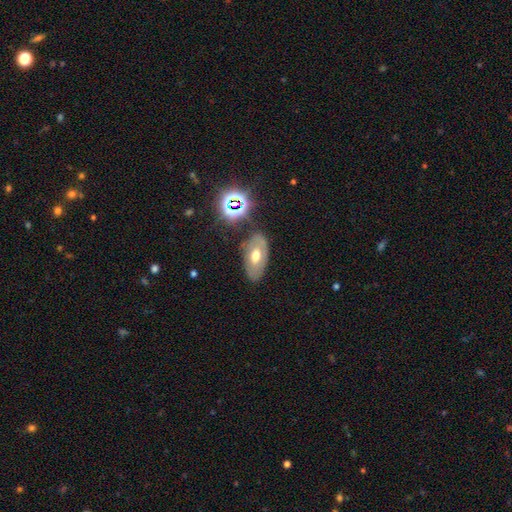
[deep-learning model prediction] The model was most divided on "smooth or featured": featured or disk: 47%, smooth: 40%, star or artifact: 14%. More confident: merging — none (72%).